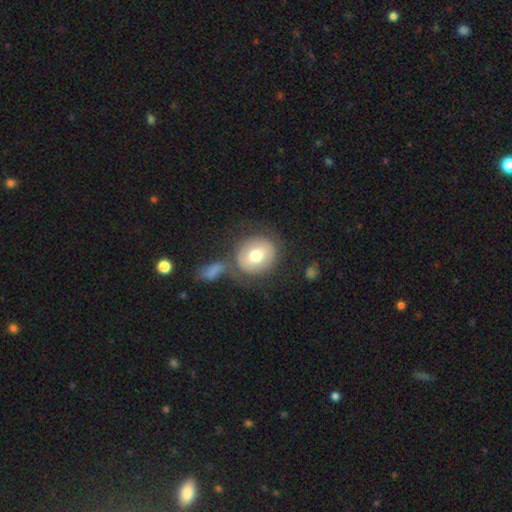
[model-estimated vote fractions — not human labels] Smooth or featured? Predicted: smooth (p=0.66). How rounded? Predicted: round (p=0.83). Merging? Predicted: none (p=0.56).